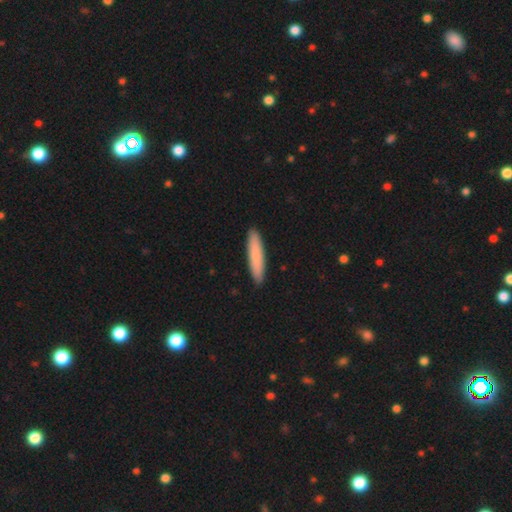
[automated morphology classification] Smooth or featured? smooth (83%)
How rounded? cigar-shaped (89%)
Merging? none (92%)